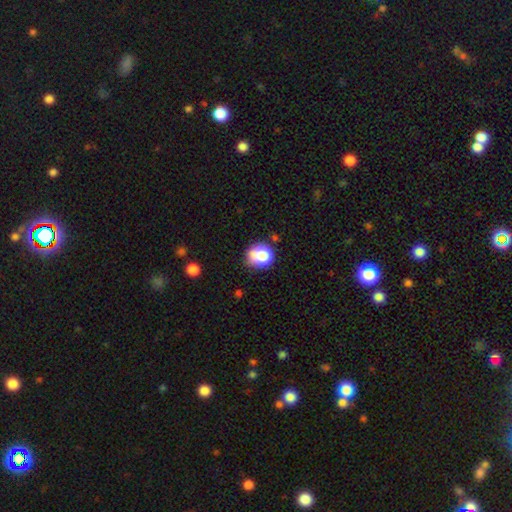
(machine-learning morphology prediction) Q: Smooth or featured?
A: smooth (76%); runner-up: featured or disk (13%)
Q: How rounded?
A: round (72%); runner-up: in between (27%)
Q: Merging?
A: none (56%); runner-up: minor disturbance (23%)